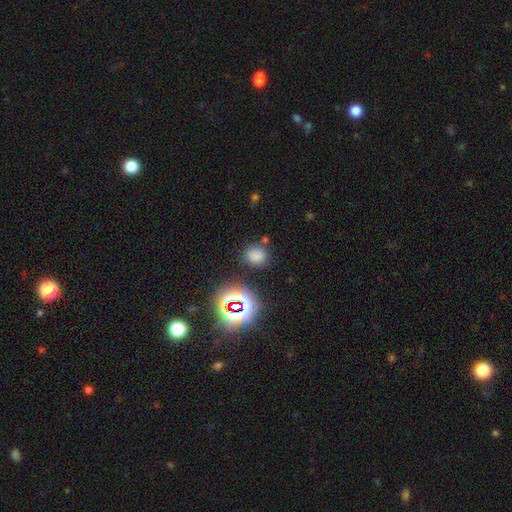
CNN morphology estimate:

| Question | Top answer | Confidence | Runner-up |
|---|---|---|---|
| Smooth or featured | smooth | 72% | star or artifact (22%) |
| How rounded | round | 72% | in between (26%) |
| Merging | none | 78% | minor disturbance (12%) |